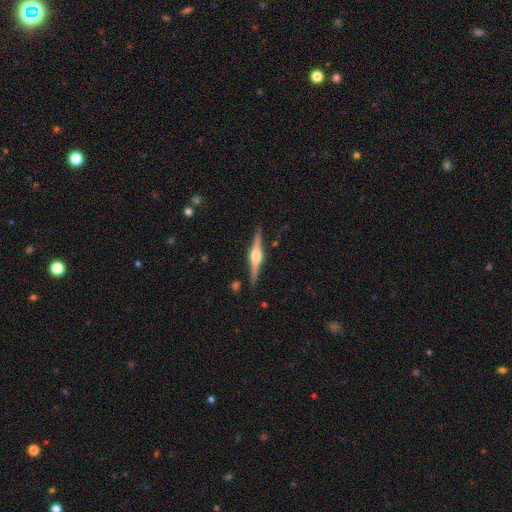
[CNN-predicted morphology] A featured or disk galaxy (84%) viewed edge-on (98%) with a rounded central bulge (91%). Merging: none (89%).